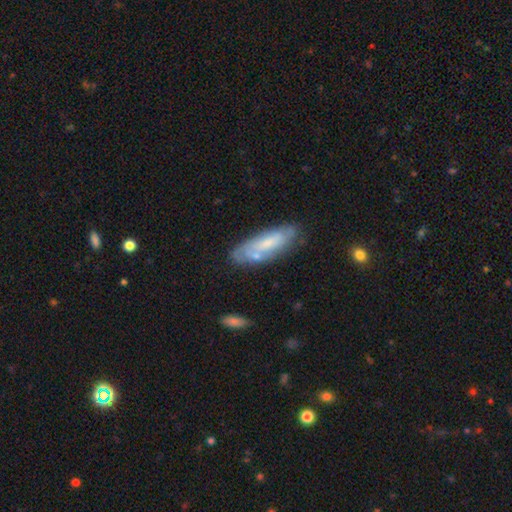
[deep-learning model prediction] smooth 53%, featured or disk 40%, star or artifact 7%. Down the decision tree: how rounded — in between (59%); merging — none (64%).